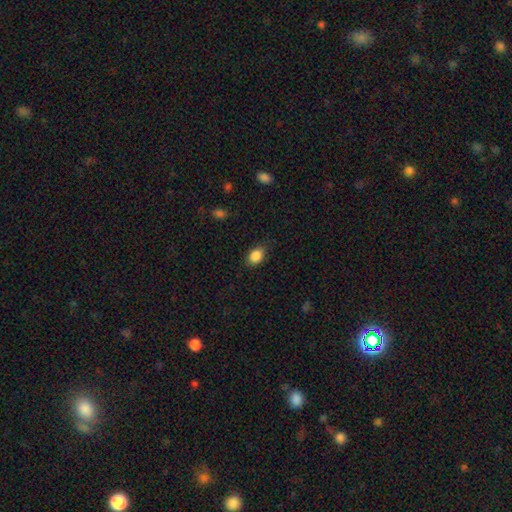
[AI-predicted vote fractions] This is clearly a smooth galaxy (87%). How rounded: likely in between (74%). Merging: likely none (79%).